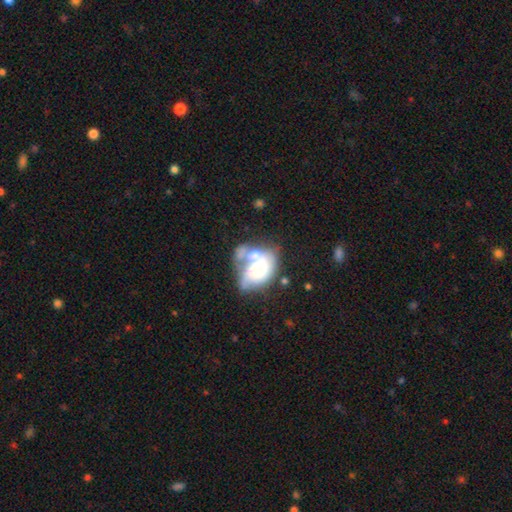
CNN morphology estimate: The model was most divided on "smooth or featured": featured or disk: 57%, smooth: 34%, star or artifact: 9%. More confident: edge-on disk — no (97%); bar — no (78%); spiral arms — no (61%); merging — merger (56%); bulge size — moderate (51%).